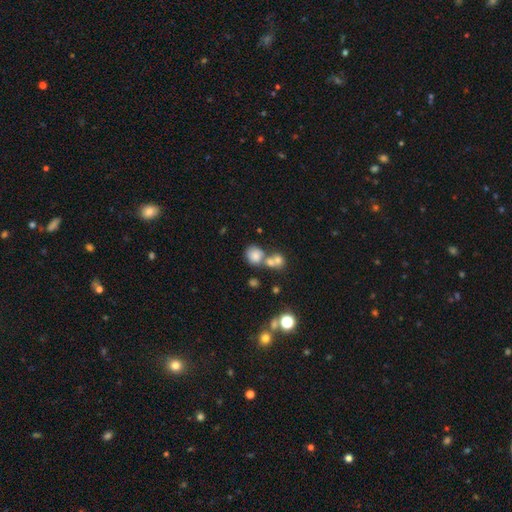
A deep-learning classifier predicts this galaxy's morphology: The model was most divided on "merging": merger: 44%, none: 43%, minor disturbance: 9%, major disturbance: 5%. More confident: how rounded — round (77%); smooth or featured — smooth (73%).